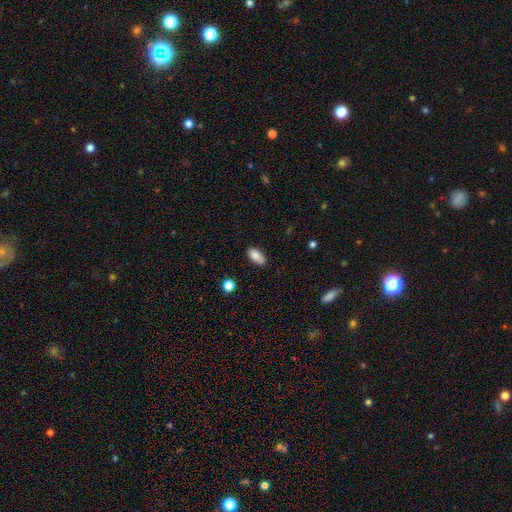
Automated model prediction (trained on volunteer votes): smooth-or-featured: smooth: 84% | featured or disk: 9% | star or artifact: 8%
  how-rounded: in between: 91% | cigar-shaped: 6% | round: 3%
  merging: none: 81% | minor disturbance: 15% | major disturbance: 3% | merger: 2%